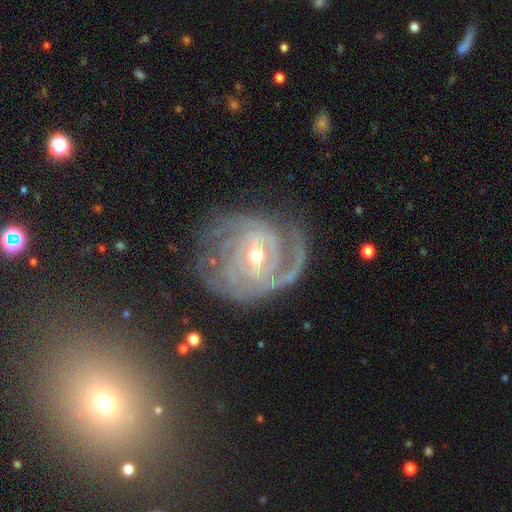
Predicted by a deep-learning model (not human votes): Morphology: type=featured or disk (90%); edge-on=no (97%); bar=weak (48%); spiral arms=yes (97%); winding=tight (70%); arm count=can't tell (26%); bulge=moderate (49%); merging=none (66%).